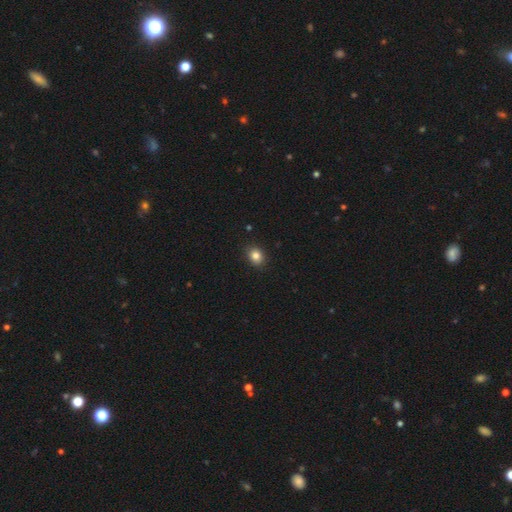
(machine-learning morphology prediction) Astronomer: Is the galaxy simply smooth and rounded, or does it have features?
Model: smooth — 84%.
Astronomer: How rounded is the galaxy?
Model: round — 55% (runner-up: in between, 44%).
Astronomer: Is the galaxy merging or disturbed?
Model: none — 87%.